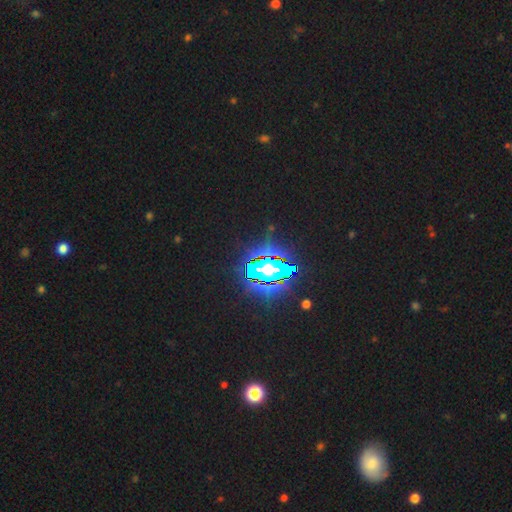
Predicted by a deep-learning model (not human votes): Morphology: type=star or artifact (86%).